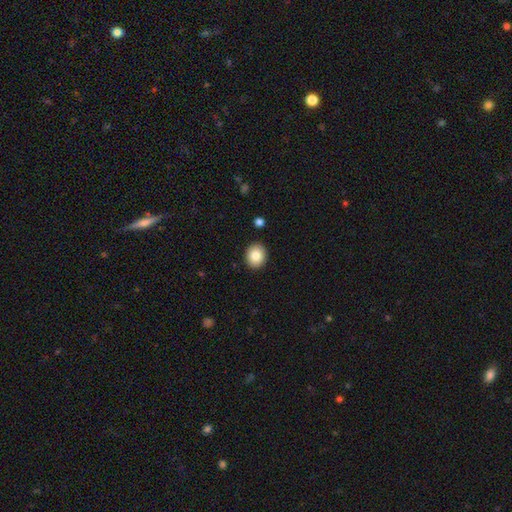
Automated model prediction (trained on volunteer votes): Overall: smooth (85%). How rounded: round (67%; in between 32%). Merging: none (91%).